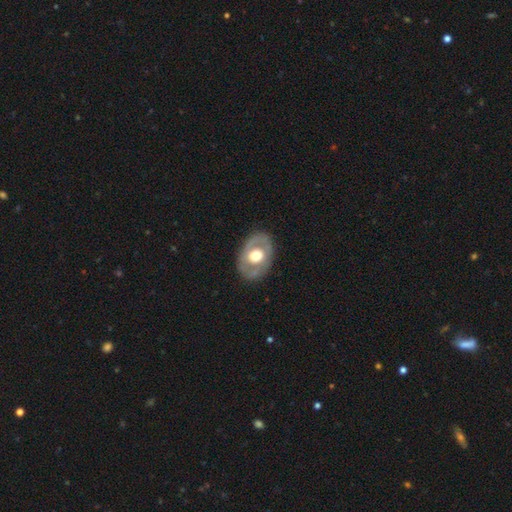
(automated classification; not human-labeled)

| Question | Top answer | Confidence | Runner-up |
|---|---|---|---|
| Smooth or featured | featured or disk | 57% | smooth (38%) |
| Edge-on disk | no | 92% | yes (8%) |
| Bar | no | 81% | weak (14%) |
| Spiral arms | no | 78% | yes (22%) |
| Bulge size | moderate | 58% | large (36%) |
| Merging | none | 81% | minor disturbance (13%) |